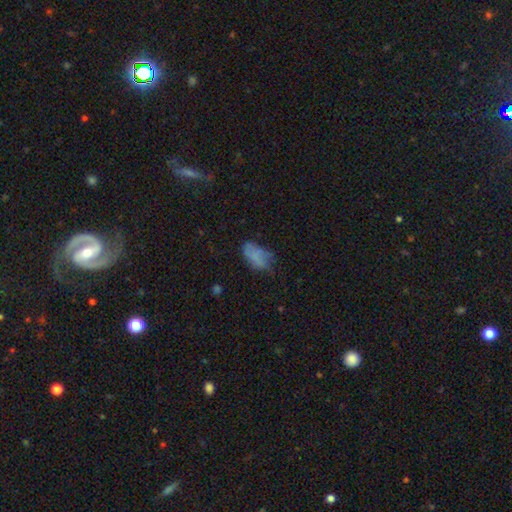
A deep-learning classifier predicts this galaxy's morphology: This is likely a smooth galaxy (65%). How rounded: clearly in between (91%). Merging: marginally none (41%).